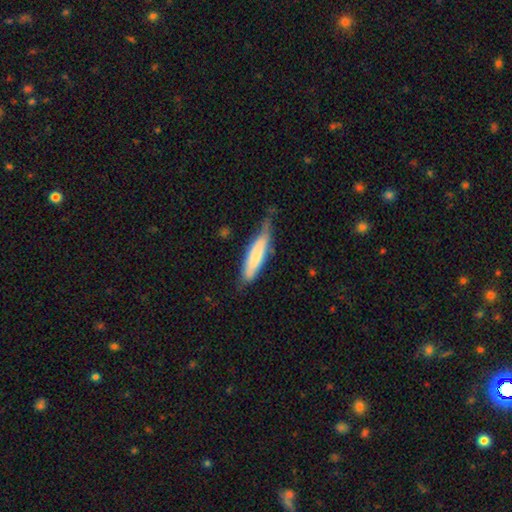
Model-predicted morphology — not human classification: Q: Smooth or featured?
A: smooth (60%); runner-up: featured or disk (32%)
Q: How rounded?
A: cigar-shaped (84%); runner-up: in between (15%)
Q: Merging?
A: none (63%); runner-up: minor disturbance (28%)